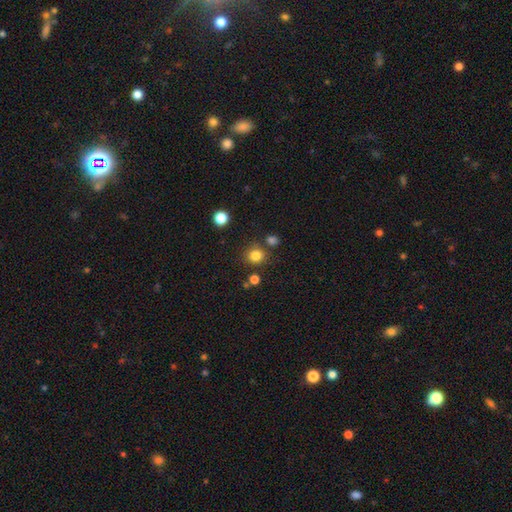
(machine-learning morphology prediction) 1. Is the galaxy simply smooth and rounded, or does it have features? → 81% smooth, 14% star or artifact, 5% featured or disk.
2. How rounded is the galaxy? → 84% round, 15% in between, 1% cigar-shaped.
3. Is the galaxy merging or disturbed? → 78% none, 10% minor disturbance, 9% merger, 4% major disturbance.